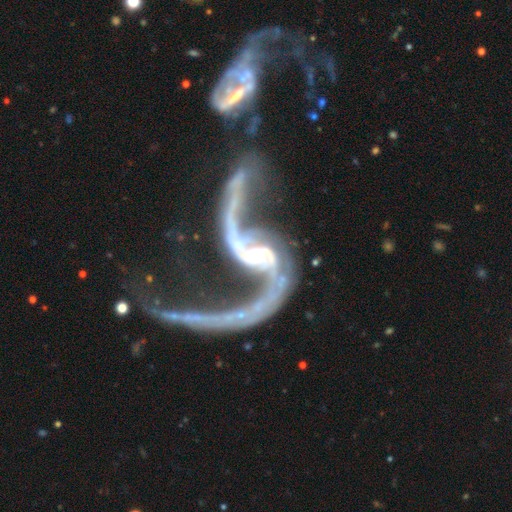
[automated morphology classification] type=featured or disk (92%); edge-on=no (96%); bar=no (45%); spiral arms=yes (96%); winding=loose (87%); arm count=2 (89%); bulge=moderate (50%); merging=none (36%).